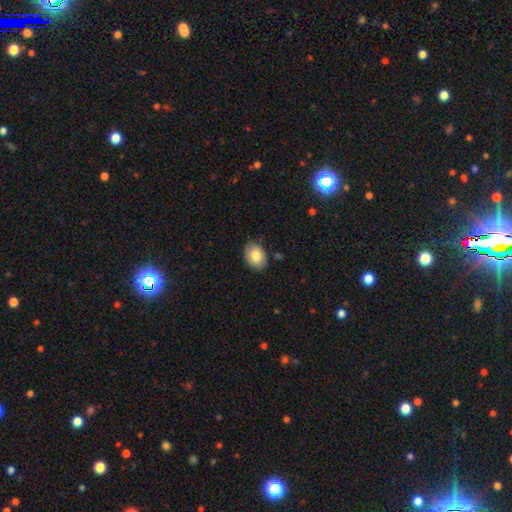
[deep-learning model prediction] Morphology: type=smooth (82%); roundness=in between (75%); merging=none (84%).